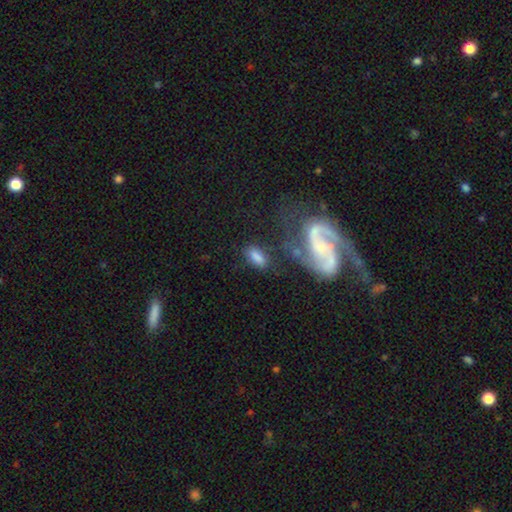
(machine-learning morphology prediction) Smooth or featured: smooth — 74% (featured or disk — 17%)
How rounded: in between — 85% (cigar-shaped — 10%)
Merging: none — 62% (minor disturbance — 17%)